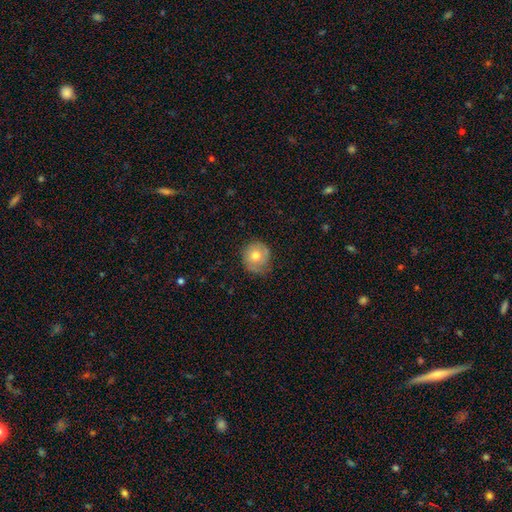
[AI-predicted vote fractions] Morphology: type=smooth (63%); roundness=round (88%); merging=none (71%).